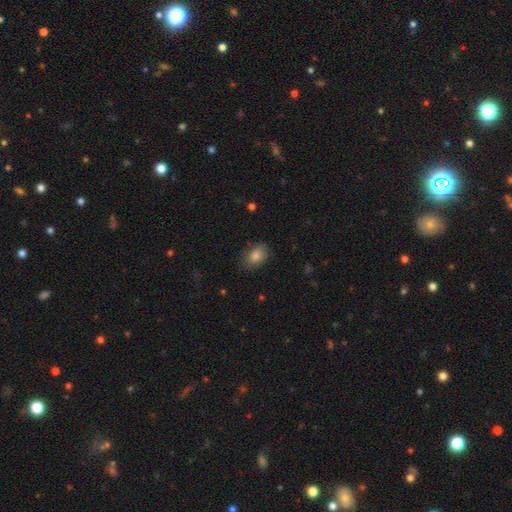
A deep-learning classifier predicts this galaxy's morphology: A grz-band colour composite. It shows a smooth galaxy with no disk features (82%) that is in between round and cigar-shaped (85%). Merging: none (79%).